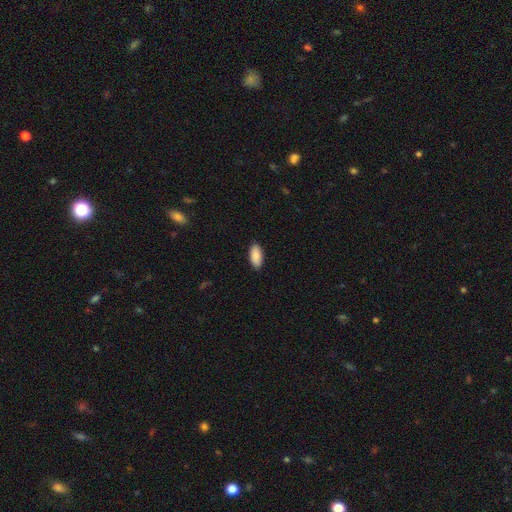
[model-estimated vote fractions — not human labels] Morphology: type=smooth (89%); roundness=in between (92%); merging=none (89%).